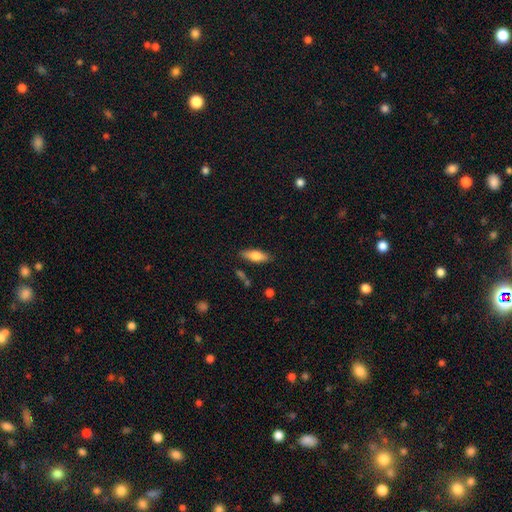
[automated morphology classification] Smooth or featured?
  - smooth: 66% *
  - featured or disk: 27%
  - star or artifact: 6%
How rounded?
  - in between: 61% *
  - cigar-shaped: 36%
  - round: 3%
Merging?
  - none: 84% *
  - minor disturbance: 11%
  - merger: 3%
  - major disturbance: 2%